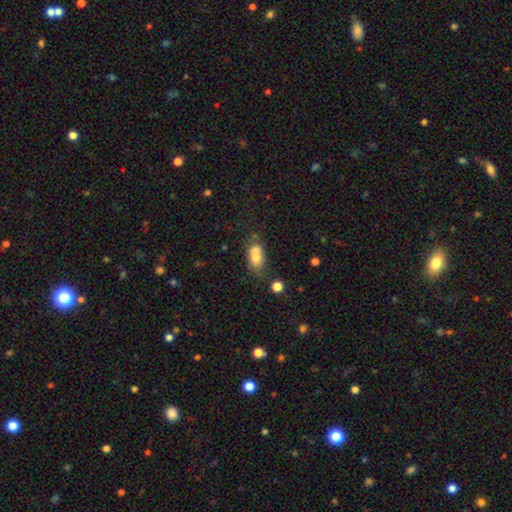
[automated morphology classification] Q: Smooth or featured?
A: smooth (72%); runner-up: featured or disk (18%)
Q: How rounded?
A: in between (83%); runner-up: round (12%)
Q: Merging?
A: none (38%); runner-up: merger (32%)